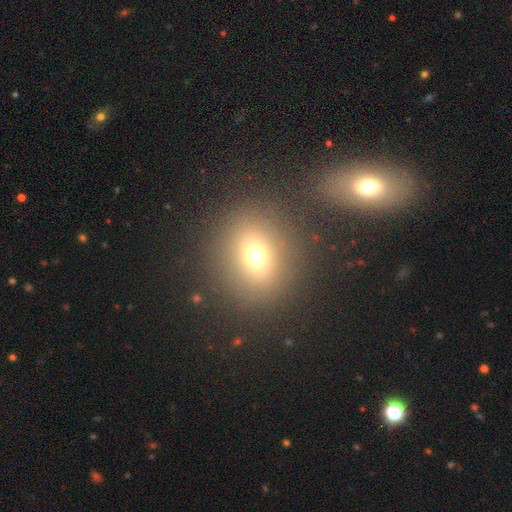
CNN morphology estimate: Smooth or featured: smooth — 69% (star or artifact — 17%)
How rounded: round — 69% (in between — 29%)
Merging: none — 75% (merger — 10%)